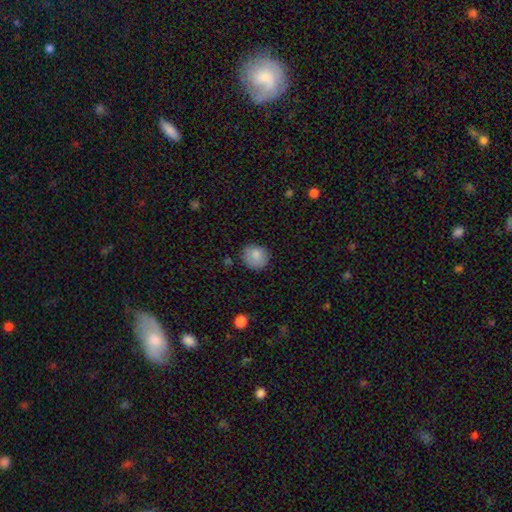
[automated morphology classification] Overall: smooth (84%). How rounded: round (75%). Merging: none (81%).